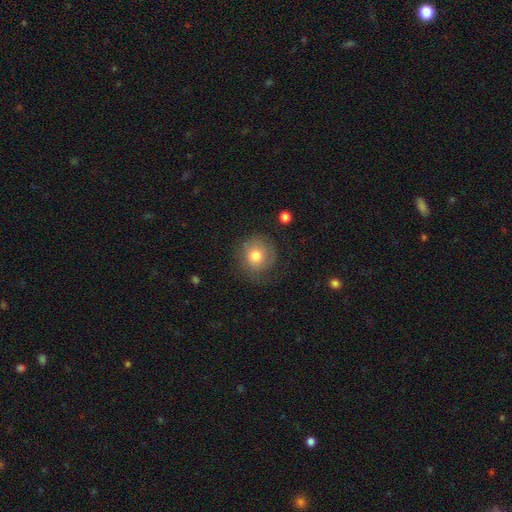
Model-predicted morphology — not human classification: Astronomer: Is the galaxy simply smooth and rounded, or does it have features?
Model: smooth — 64%.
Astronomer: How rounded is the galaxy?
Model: round — 89%.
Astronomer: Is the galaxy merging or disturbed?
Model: none — 65%.